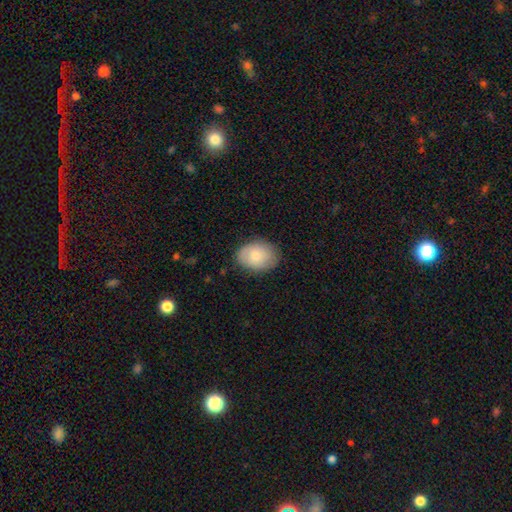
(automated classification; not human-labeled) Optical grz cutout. It shows a smooth galaxy with no disk features (75%) that is in between round and cigar-shaped (73%). Merging: none (79%).